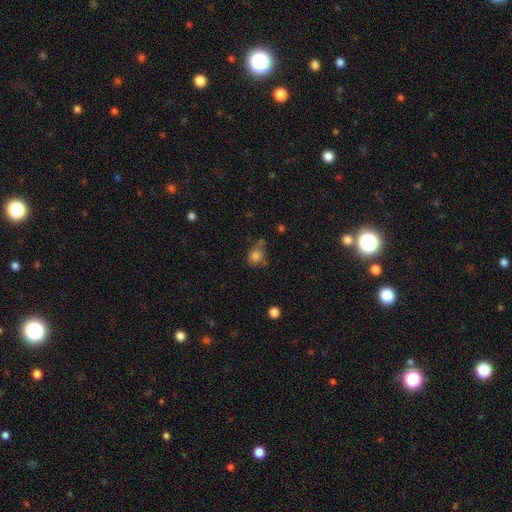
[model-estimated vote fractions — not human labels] This is likely a smooth galaxy (79%). How rounded: possibly round (60%). Merging: possibly none (49%).